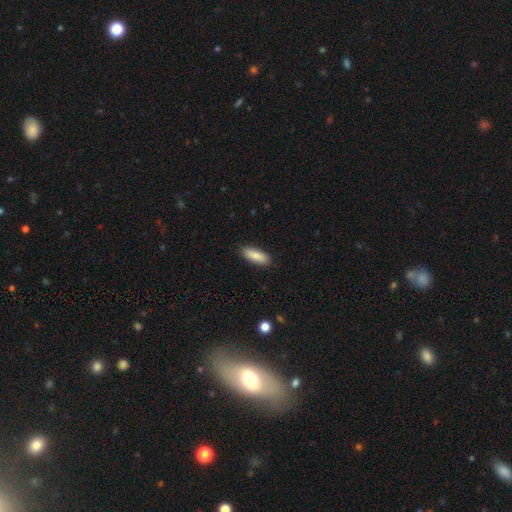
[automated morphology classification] A smooth galaxy with no disk features (86%) that is in between round and cigar-shaped (67%).

Vote fractions:
- Smooth or featured? smooth: 86% / featured or disk: 8% / star or artifact: 6%
- How rounded? in between: 67% / cigar-shaped: 31% / round: 2%
- Merging? none: 88% / minor disturbance: 9% / major disturbance: 2% / merger: 1%